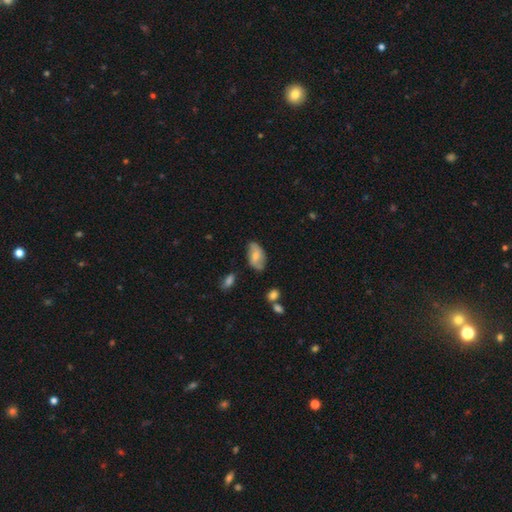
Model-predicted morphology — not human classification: Q: Smooth or featured?
A: smooth (55%); runner-up: featured or disk (38%)
Q: How rounded?
A: in between (92%); runner-up: round (5%)
Q: Merging?
A: none (70%); runner-up: minor disturbance (23%)